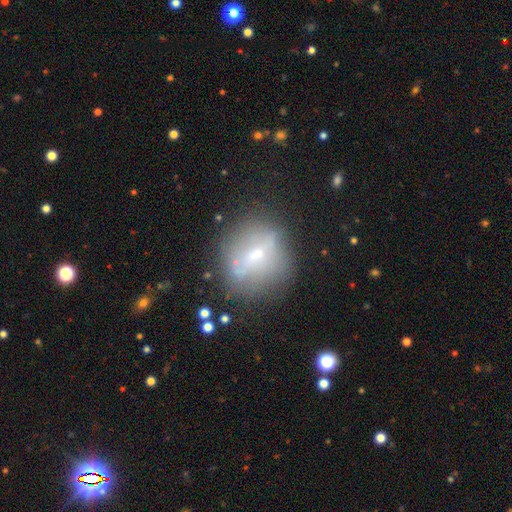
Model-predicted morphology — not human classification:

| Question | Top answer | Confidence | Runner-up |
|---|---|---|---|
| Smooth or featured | featured or disk | 48% | smooth (40%) |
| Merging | none | 65% | minor disturbance (20%) |